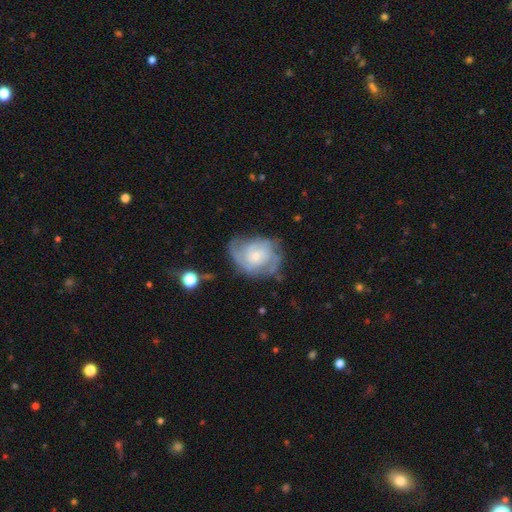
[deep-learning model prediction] Morphology: type=featured or disk (76%); edge-on=no (98%); bar=no (73%); spiral arms=yes (89%); winding=tight (48%); arm count=2 (36%); bulge=small (59%); merging=none (55%).